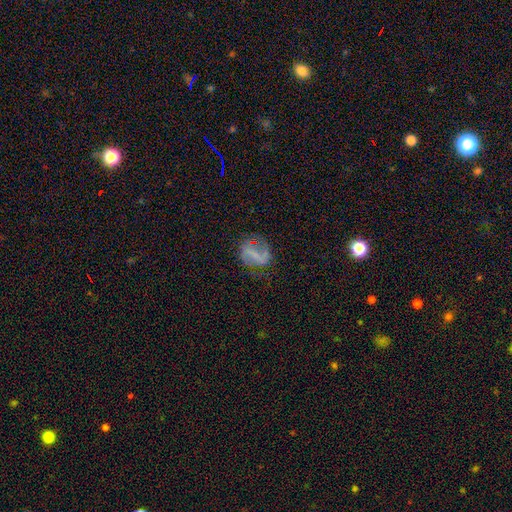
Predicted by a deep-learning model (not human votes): smooth-or-featured: featured or disk: 66% | smooth: 22% | star or artifact: 11%
  disk-edge-on: no: 97% | yes: 3%
    bar: strong: 51% | weak: 30% | no: 19%
    has-spiral-arms: yes: 80% | no: 20%
      spiral-winding: loose: 41% | medium: 40% | tight: 19%
      spiral-arm-count: 2: 77% | 1: 12% | can't tell: 8% | 3: 1% | 4: 1% | more than 4: 1%
    bulge-size: none: 64% | small: 23% | moderate: 8% | large: 3% | dominant: 1%
  merging: none: 63% | minor disturbance: 19% | major disturbance: 16% | merger: 2%